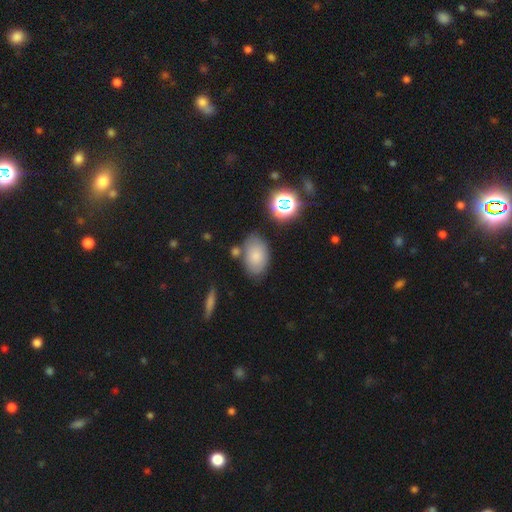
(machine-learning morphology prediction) This appears to be a smooth galaxy with no disk features (77%) that is in between round and cigar-shaped (91%). Merging: none (73%).